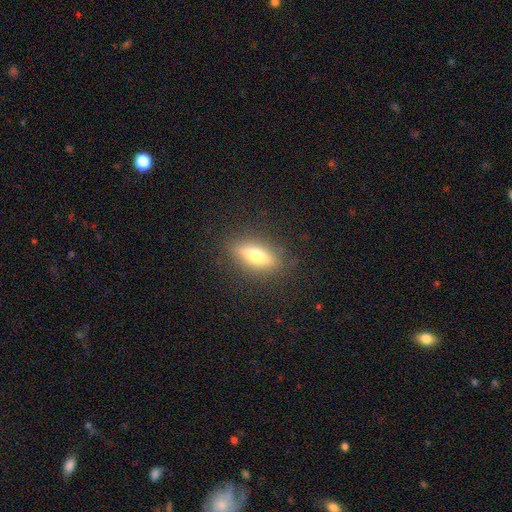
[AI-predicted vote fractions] Q: Smooth or featured?
A: smooth (48%); runner-up: featured or disk (43%)
Q: Merging?
A: none (86%); runner-up: minor disturbance (9%)